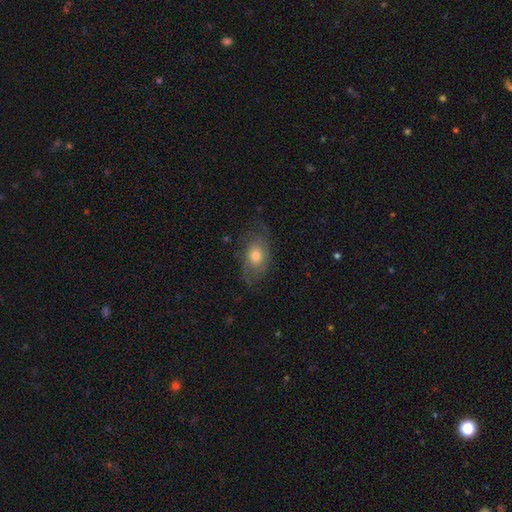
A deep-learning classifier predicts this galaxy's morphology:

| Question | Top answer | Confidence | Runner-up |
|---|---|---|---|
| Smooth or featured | featured or disk | 49% | smooth (42%) |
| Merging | none | 60% | minor disturbance (23%) |